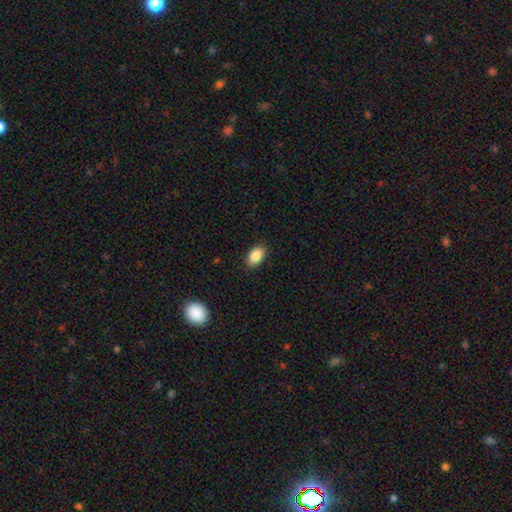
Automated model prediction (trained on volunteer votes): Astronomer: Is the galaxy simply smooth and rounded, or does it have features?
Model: smooth — 87%.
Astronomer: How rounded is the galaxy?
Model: in between — 91%.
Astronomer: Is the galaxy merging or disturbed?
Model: none — 89%.